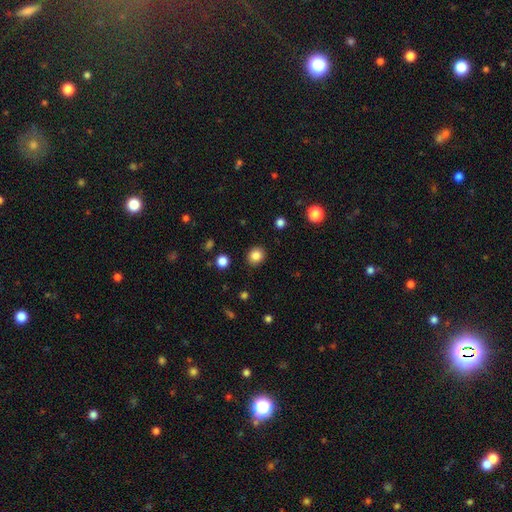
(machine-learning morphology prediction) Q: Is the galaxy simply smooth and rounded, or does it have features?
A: smooth — 85%.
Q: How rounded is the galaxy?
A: round — 82%.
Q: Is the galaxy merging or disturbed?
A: none — 91%.